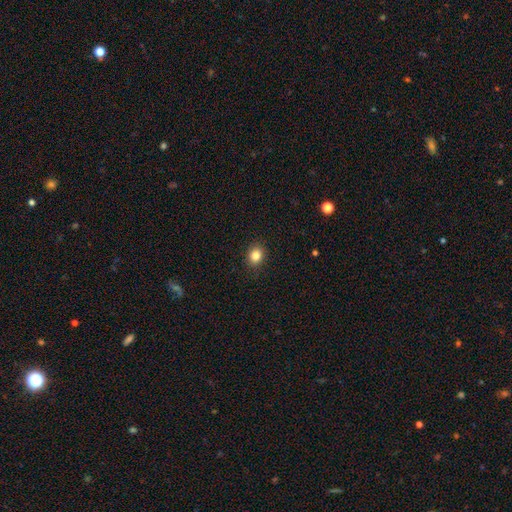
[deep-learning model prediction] Smooth or featured?
  - smooth: 84% *
  - star or artifact: 10%
  - featured or disk: 5%
How rounded?
  - round: 60% *
  - in between: 39%
  - cigar-shaped: 1%
Merging?
  - none: 89% *
  - minor disturbance: 8%
  - major disturbance: 2%
  - merger: 1%